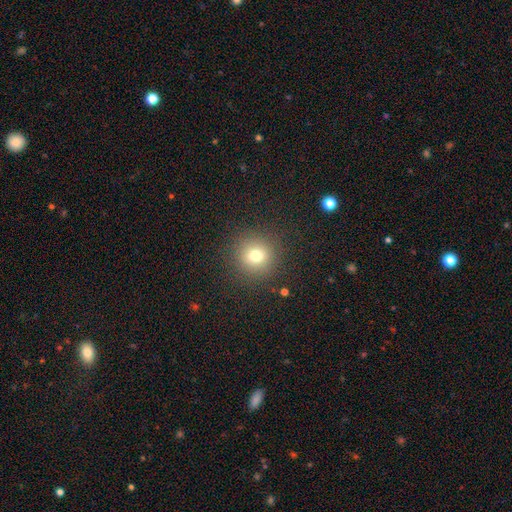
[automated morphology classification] Q: Smooth or featured?
A: smooth (75%); runner-up: star or artifact (16%)
Q: How rounded?
A: round (93%); runner-up: in between (6%)
Q: Merging?
A: none (89%); runner-up: minor disturbance (6%)